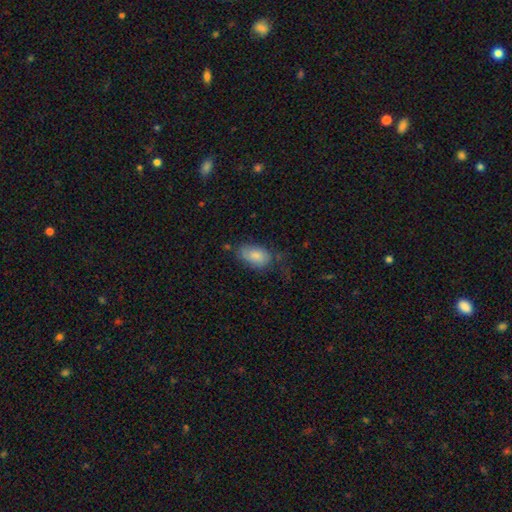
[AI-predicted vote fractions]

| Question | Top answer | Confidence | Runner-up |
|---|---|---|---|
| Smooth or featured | smooth | 79% | featured or disk (14%) |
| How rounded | in between | 92% | round (5%) |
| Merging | none | 53% | minor disturbance (29%) |